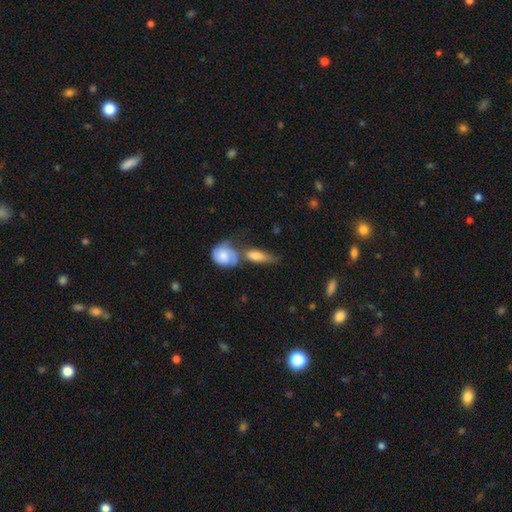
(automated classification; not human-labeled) The model was most divided on "merging": merger: 41%, none: 31%, minor disturbance: 18%, major disturbance: 10%. More confident: how rounded — in between (67%); smooth or featured — smooth (66%).